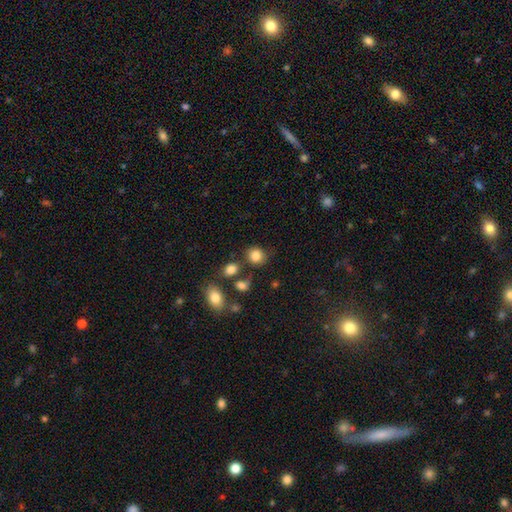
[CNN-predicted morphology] smooth-or-featured: smooth: 84% | star or artifact: 10% | featured or disk: 6%
  how-rounded: round: 76% | in between: 23% | cigar-shaped: 1%
  merging: none: 74% | minor disturbance: 13% | merger: 8% | major disturbance: 5%